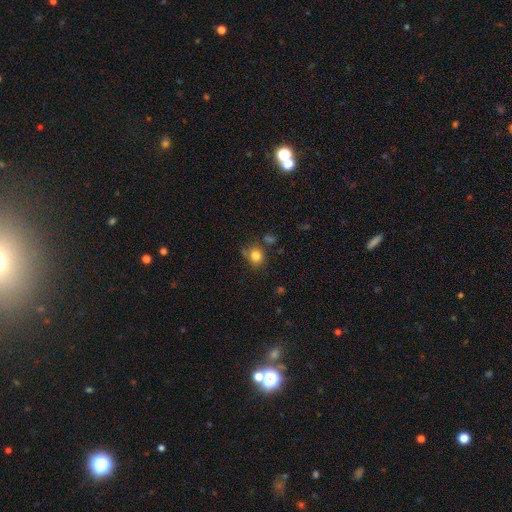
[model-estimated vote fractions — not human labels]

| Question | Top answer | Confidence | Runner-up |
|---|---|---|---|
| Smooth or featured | smooth | 83% | star or artifact (11%) |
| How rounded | round | 76% | in between (23%) |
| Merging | none | 71% | minor disturbance (17%) |